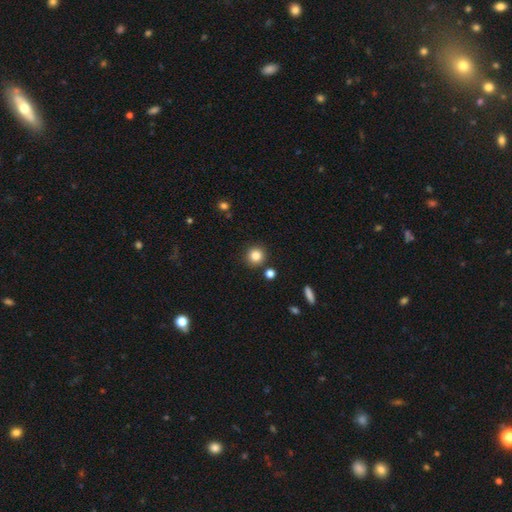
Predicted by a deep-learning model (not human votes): This is clearly a smooth galaxy (84%). How rounded: clearly round (93%). Merging: clearly none (87%).